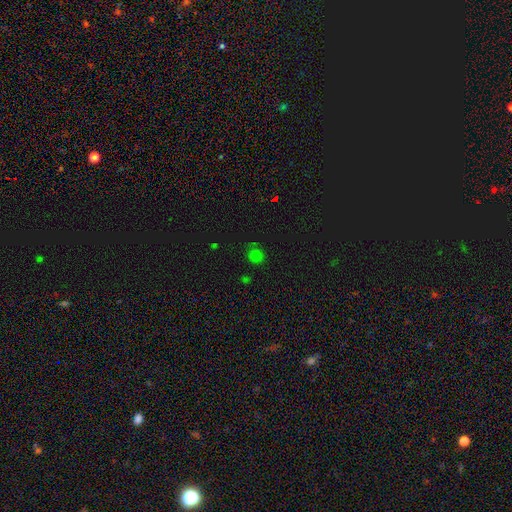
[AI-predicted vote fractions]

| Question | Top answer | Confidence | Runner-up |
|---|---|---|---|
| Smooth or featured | smooth | 69% | star or artifact (26%) |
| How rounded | round | 88% | in between (11%) |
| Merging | none | 78% | minor disturbance (15%) |